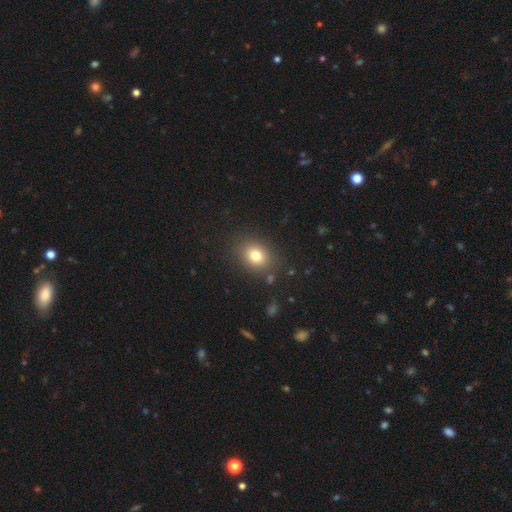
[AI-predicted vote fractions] smooth_or_featured: smooth (p=0.79) [alt: star or artifact p=0.12]
how_rounded: in between (p=0.50) [alt: round p=0.49]
merging: none (p=0.85) [alt: minor disturbance p=0.09]